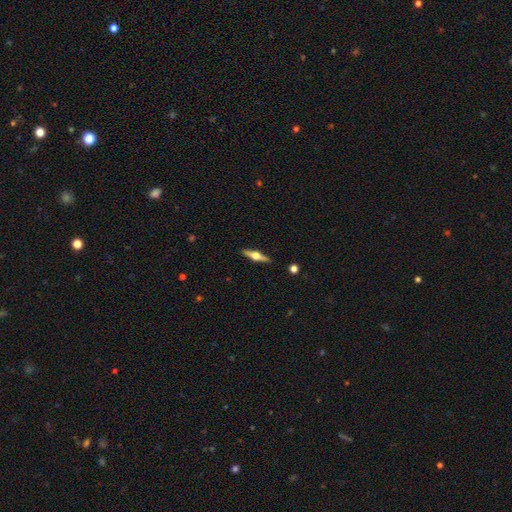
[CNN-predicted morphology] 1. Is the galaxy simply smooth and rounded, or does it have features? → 71% featured or disk, 24% smooth, 6% star or artifact.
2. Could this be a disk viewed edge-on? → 97% yes, 3% no.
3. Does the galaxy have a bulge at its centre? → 95% rounded, 4% boxy, 1% none.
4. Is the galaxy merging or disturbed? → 90% none, 7% minor disturbance, 2% major disturbance, 1% merger.